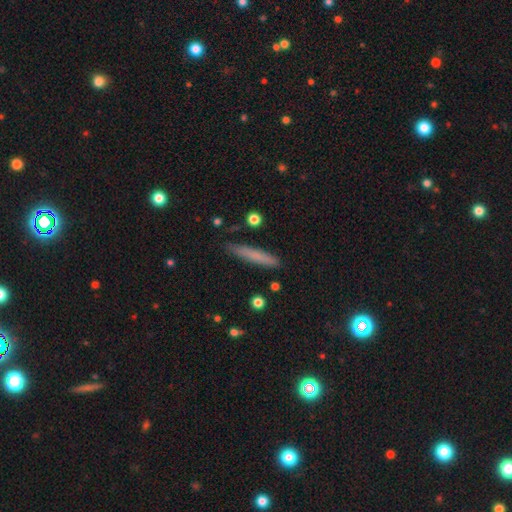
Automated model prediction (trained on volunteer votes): Overall: smooth (71%). How rounded: cigar-shaped (93%). Merging: none (85%).